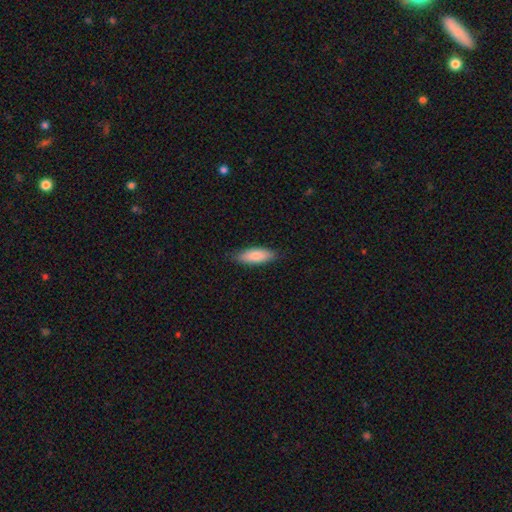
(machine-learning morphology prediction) smooth-or-featured: smooth: 82% | featured or disk: 12% | star or artifact: 6%
  how-rounded: in between: 68% | cigar-shaped: 30% | round: 2%
  merging: none: 84% | minor disturbance: 13% | major disturbance: 2% | merger: 1%